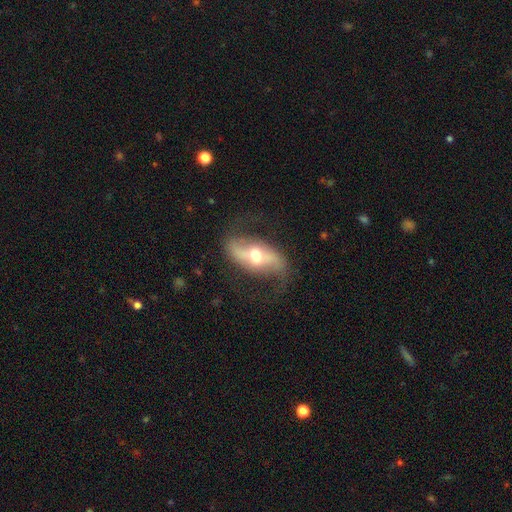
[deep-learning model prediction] featured or disk 77%, smooth 17%, star or artifact 6%. Down the decision tree: edge-on disk — no (87%); bar — weak (37%); spiral arms — yes (85%); spiral arm count — 2 (92%); spiral winding — loose (74%); bulge size — moderate (69%); merging — none (68%).